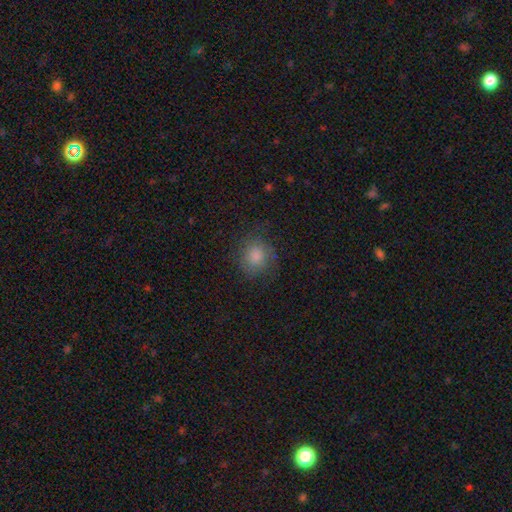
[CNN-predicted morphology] Smooth or featured: smooth — 78% (star or artifact — 13%)
How rounded: round — 80% (in between — 19%)
Merging: none — 80% (minor disturbance — 14%)